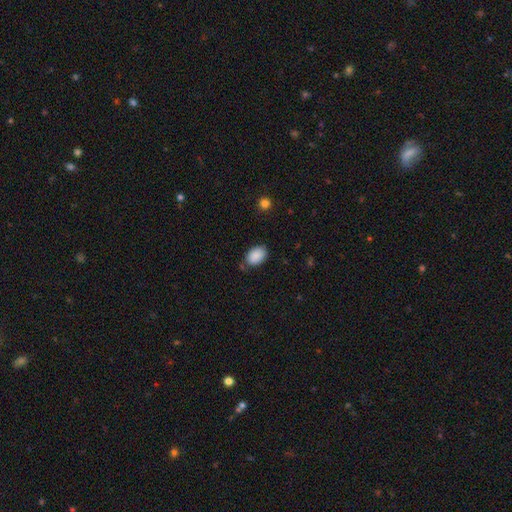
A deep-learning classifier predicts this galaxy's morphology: Smooth or featured?
  - smooth: 89% *
  - star or artifact: 7%
  - featured or disk: 4%
How rounded?
  - in between: 83% *
  - round: 16%
  - cigar-shaped: 1%
Merging?
  - none: 76% *
  - minor disturbance: 17%
  - major disturbance: 3%
  - merger: 3%